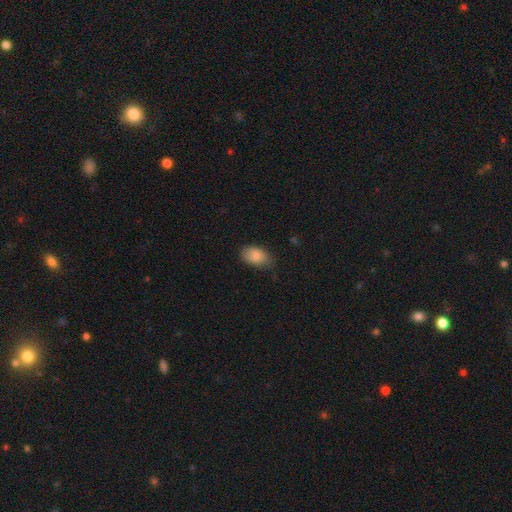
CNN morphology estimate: Q: Smooth or featured?
A: smooth (85%); runner-up: featured or disk (8%)
Q: How rounded?
A: in between (90%); runner-up: round (9%)
Q: Merging?
A: none (68%); runner-up: minor disturbance (26%)